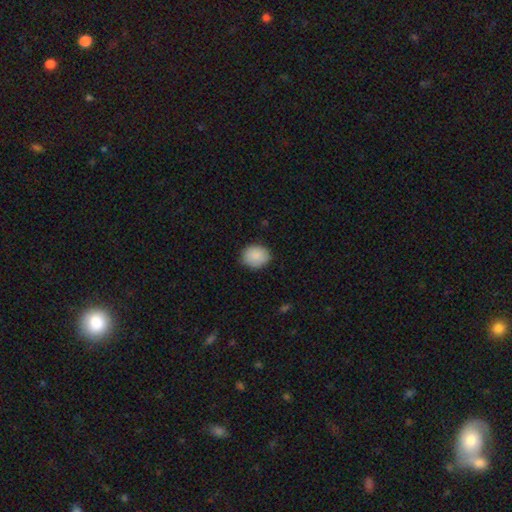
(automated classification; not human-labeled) This is clearly a smooth galaxy (89%). How rounded: possibly round (60%). Merging: clearly none (85%).